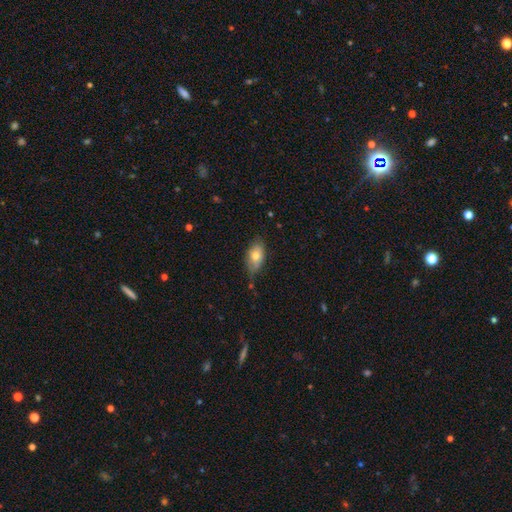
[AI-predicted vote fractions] A smooth galaxy with no disk features (69%) that is in between round and cigar-shaped (90%).

Vote fractions:
- Smooth or featured? smooth: 69% / featured or disk: 24% / star or artifact: 7%
- How rounded? in between: 90% / round: 6% / cigar-shaped: 4%
- Merging? none: 65% / minor disturbance: 28% / major disturbance: 5% / merger: 2%